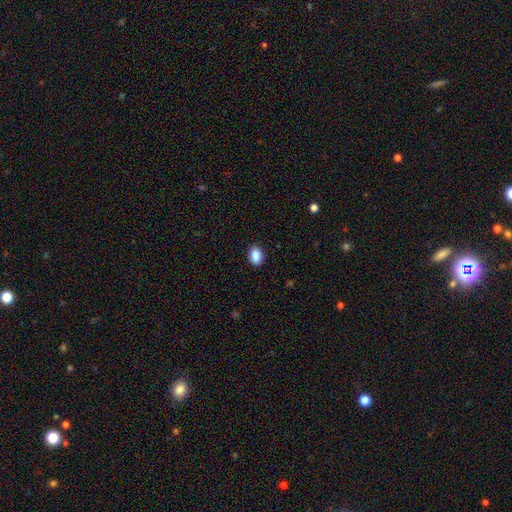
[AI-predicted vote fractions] smooth 89%, star or artifact 8%, featured or disk 3%. Down the decision tree: how rounded — in between (76%); merging — none (89%).